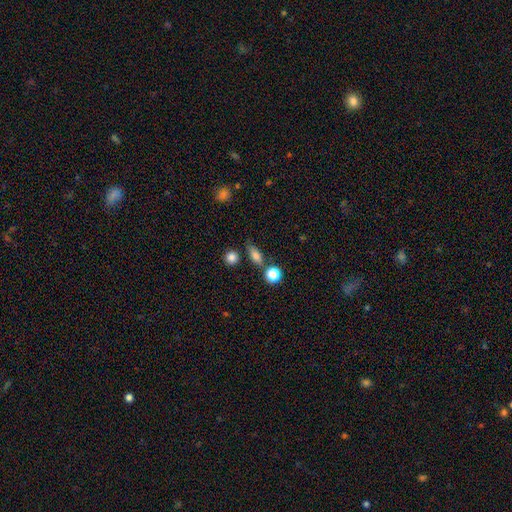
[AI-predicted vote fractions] Smooth or featured? Predicted: smooth (p=0.77). How rounded? Predicted: in between (p=0.60). Merging? Predicted: none (p=0.70).